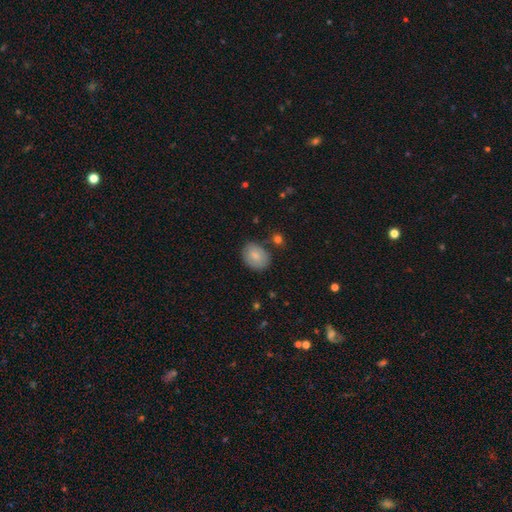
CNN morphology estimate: smooth 81%, featured or disk 12%, star or artifact 7%. Down the decision tree: how rounded — in between (67%); merging — none (76%).